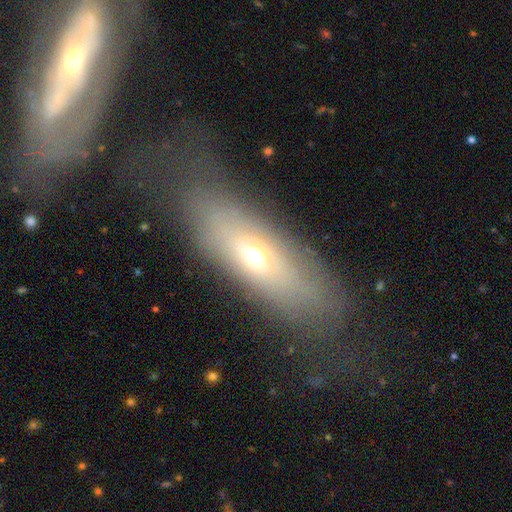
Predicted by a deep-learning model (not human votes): Smooth or featured? Predicted: smooth (p=0.52). How rounded? Predicted: in between (p=0.56). Merging? Predicted: none (p=0.52).